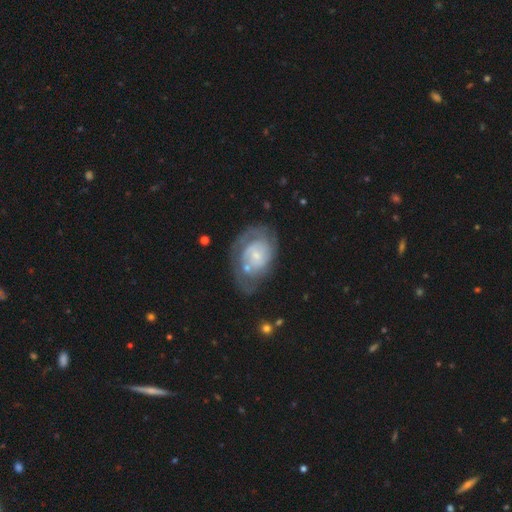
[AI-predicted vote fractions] Smooth or featured? Predicted: featured or disk (p=0.76). Edge-on disk? Predicted: no (p=0.97). Bar? Predicted: no (p=0.65). Spiral arms? Predicted: yes (p=0.86). Spiral winding? Predicted: tight (p=0.58). Spiral arm count? Predicted: can't tell (p=0.38). Bulge size? Predicted: small (p=0.67). Merging? Predicted: none (p=0.48).